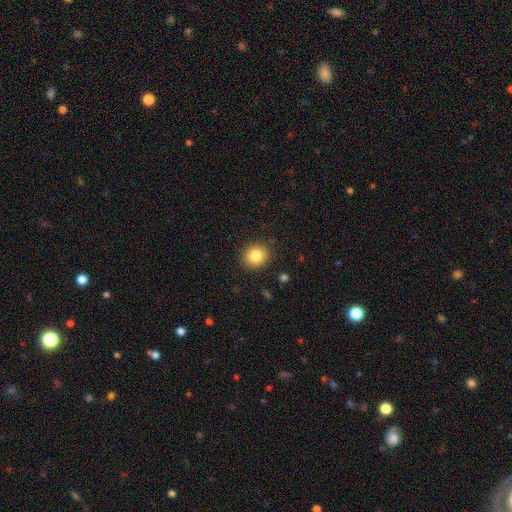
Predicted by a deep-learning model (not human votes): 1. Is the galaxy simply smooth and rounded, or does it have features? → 84% smooth, 9% star or artifact, 7% featured or disk.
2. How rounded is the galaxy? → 80% round, 19% in between, 1% cigar-shaped.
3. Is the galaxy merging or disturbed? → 88% none, 8% minor disturbance, 2% major disturbance, 1% merger.